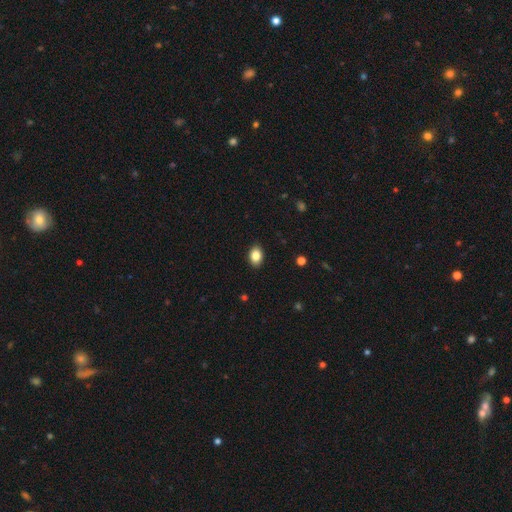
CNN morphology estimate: This appears to be a smooth galaxy with no disk features (85%) that is in between round and cigar-shaped (80%). Merging: none (89%).